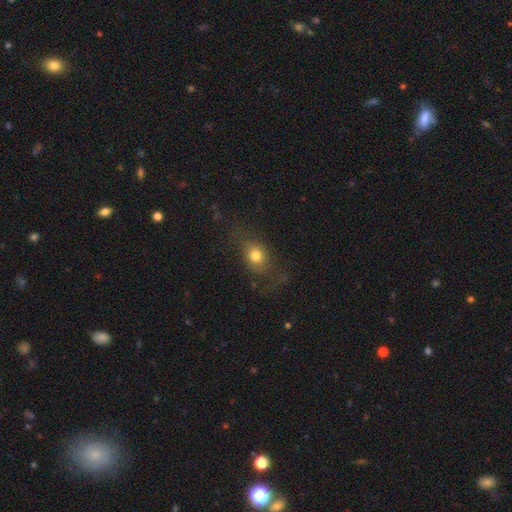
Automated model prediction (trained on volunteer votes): Overall: smooth (72%). How rounded: in between (57%; round 39%). Merging: none (63%).